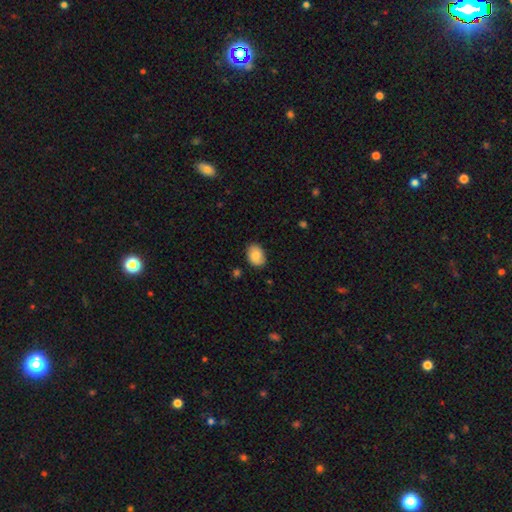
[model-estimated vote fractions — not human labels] smooth_or_featured: smooth (p=0.86) [alt: star or artifact p=0.07]
how_rounded: in between (p=0.73) [alt: round p=0.26]
merging: none (p=0.83) [alt: minor disturbance p=0.14]